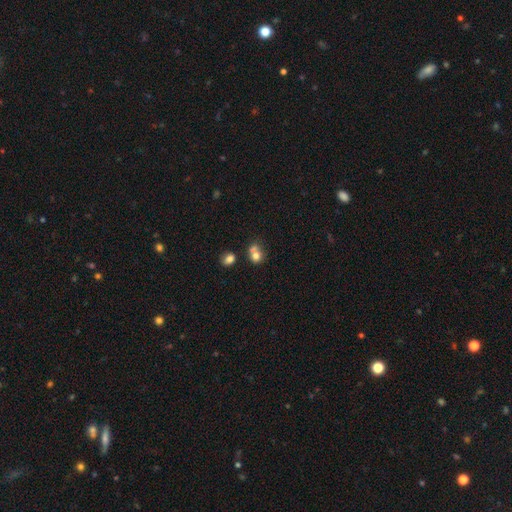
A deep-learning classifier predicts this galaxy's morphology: A smooth galaxy with no disk features (73%) that is round (70%). Merging: merger (53%).